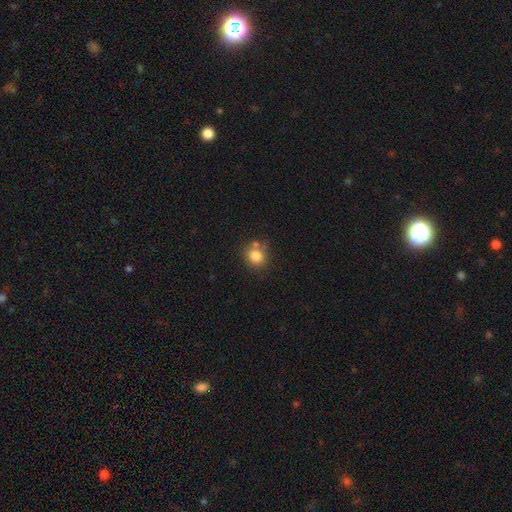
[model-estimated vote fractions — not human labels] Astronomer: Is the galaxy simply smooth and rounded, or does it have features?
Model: smooth — 82%.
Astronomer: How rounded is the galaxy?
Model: round — 82%.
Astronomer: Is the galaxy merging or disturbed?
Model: none — 65%.